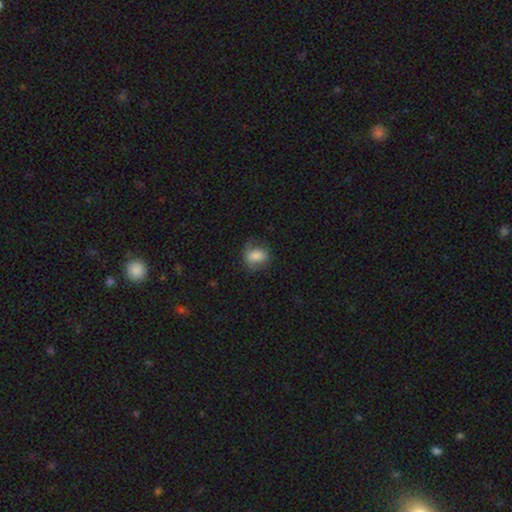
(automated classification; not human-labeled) smooth 71%, featured or disk 20%, star or artifact 9%. Down the decision tree: how rounded — in between (62%); merging — none (53%).